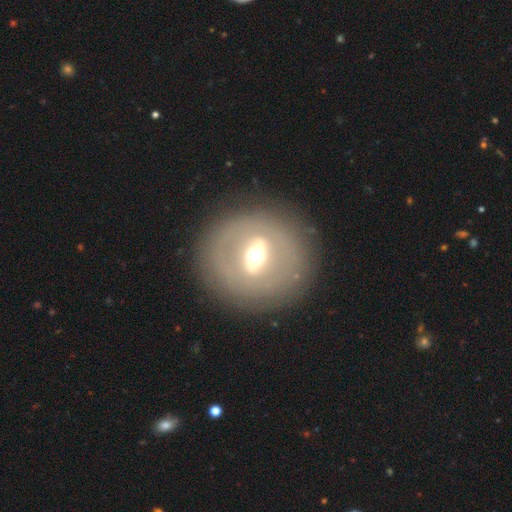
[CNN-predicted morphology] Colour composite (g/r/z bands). It shows a featured or disk galaxy (69%) with a strong bar (58%), no spiral arms (86%) and a moderate central bulge (68%). Merging: none (84%).